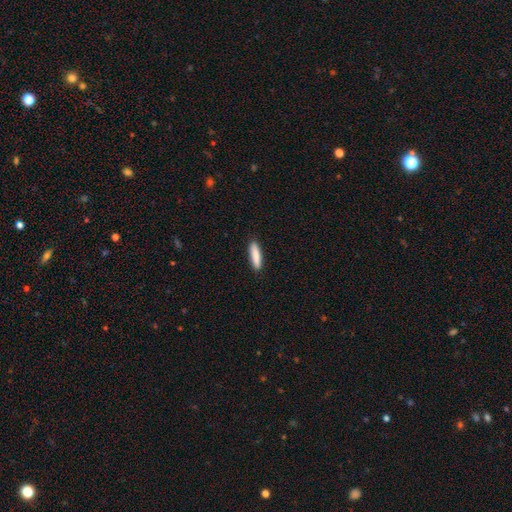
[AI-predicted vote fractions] Smooth or featured?
  - smooth: 86% *
  - featured or disk: 8%
  - star or artifact: 6%
How rounded?
  - cigar-shaped: 77% *
  - in between: 22%
  - round: 1%
Merging?
  - none: 90% *
  - minor disturbance: 7%
  - major disturbance: 2%
  - merger: 1%